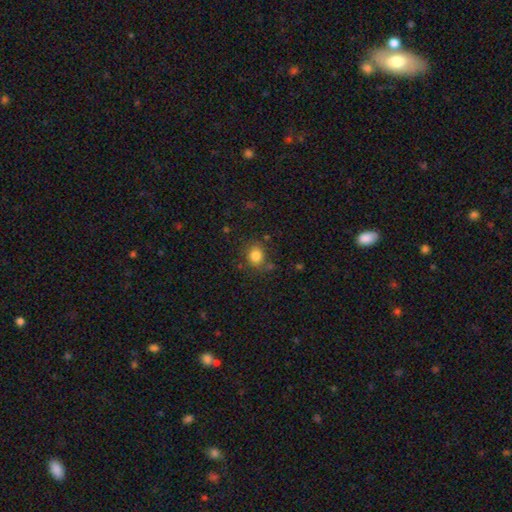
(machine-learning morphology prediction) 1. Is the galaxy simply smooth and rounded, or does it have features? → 82% smooth, 12% star or artifact, 6% featured or disk.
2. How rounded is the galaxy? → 78% round, 22% in between, 1% cigar-shaped.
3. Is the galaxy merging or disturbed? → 76% none, 13% minor disturbance, 6% merger, 5% major disturbance.